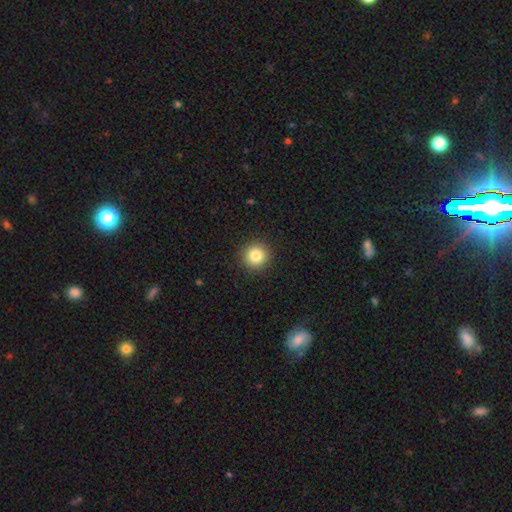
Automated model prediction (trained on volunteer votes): A smooth galaxy with no disk features (84%) that is round (94%). Merging: none (92%).